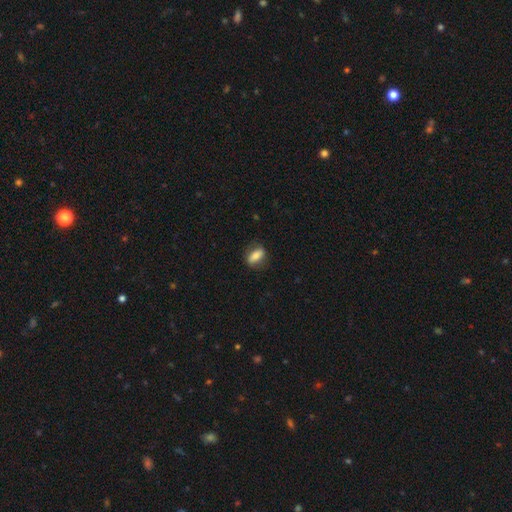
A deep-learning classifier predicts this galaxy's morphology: Smooth or featured?
  - smooth: 68% *
  - featured or disk: 24%
  - star or artifact: 7%
How rounded?
  - in between: 76% *
  - cigar-shaped: 15%
  - round: 9%
Merging?
  - none: 77% *
  - minor disturbance: 17%
  - major disturbance: 5%
  - merger: 1%